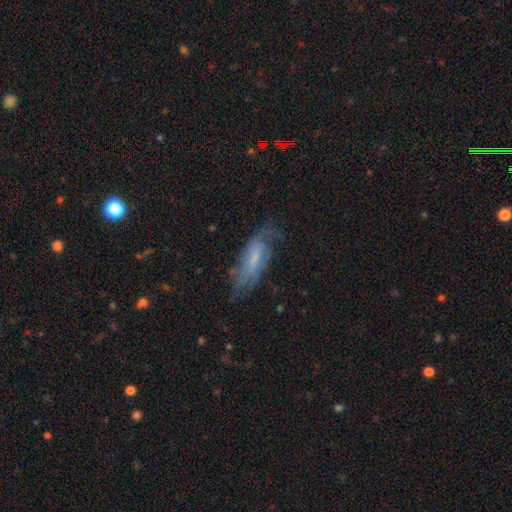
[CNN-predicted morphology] Smooth or featured? featured or disk (47%)
Merging? none (60%)